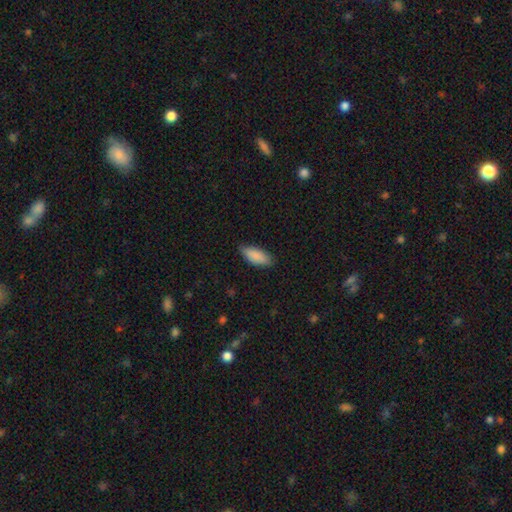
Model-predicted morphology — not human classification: smooth 89%, star or artifact 6%, featured or disk 6%. Down the decision tree: how rounded — in between (85%); merging — none (77%).